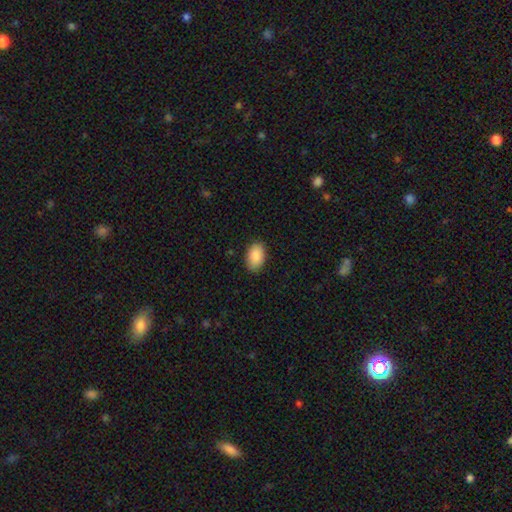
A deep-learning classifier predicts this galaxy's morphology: A smooth galaxy with no disk features (89%) that is in between round and cigar-shaped (92%). Merging: none (87%).